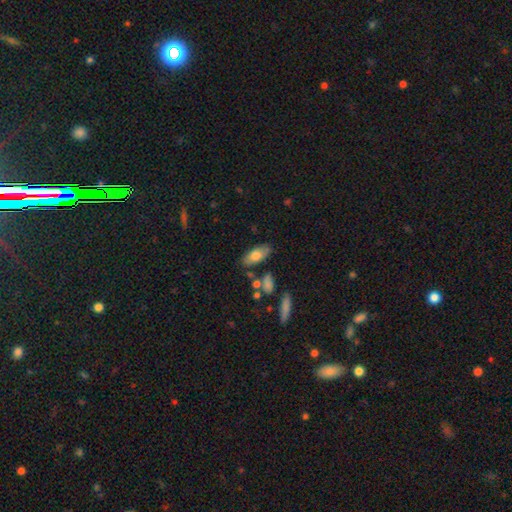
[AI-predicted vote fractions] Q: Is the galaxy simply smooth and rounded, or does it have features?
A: smooth — 72%.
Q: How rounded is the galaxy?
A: in between — 87%.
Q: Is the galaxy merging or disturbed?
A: none — 75%.